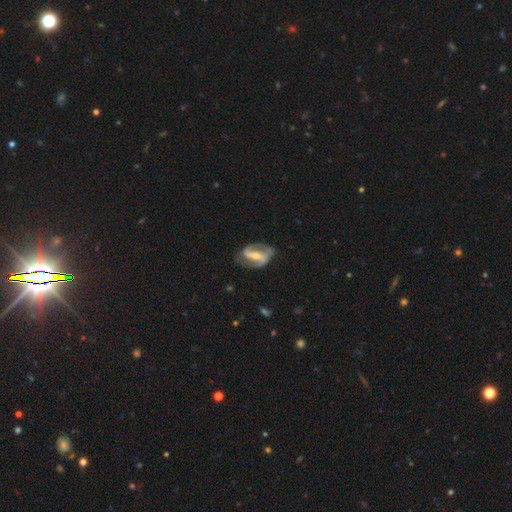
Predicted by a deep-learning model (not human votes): featured or disk 86%, smooth 10%, star or artifact 4%. Down the decision tree: edge-on disk — no (96%); bar — strong (57%); spiral arms — yes (93%); spiral arm count — 2 (89%); spiral winding — medium (46%); bulge size — small (48%); merging — none (68%).